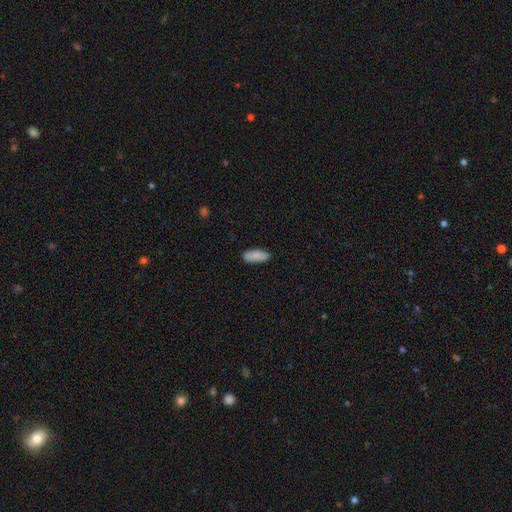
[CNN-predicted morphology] Overall: smooth (85%). How rounded: in between (82%). Merging: none (82%).